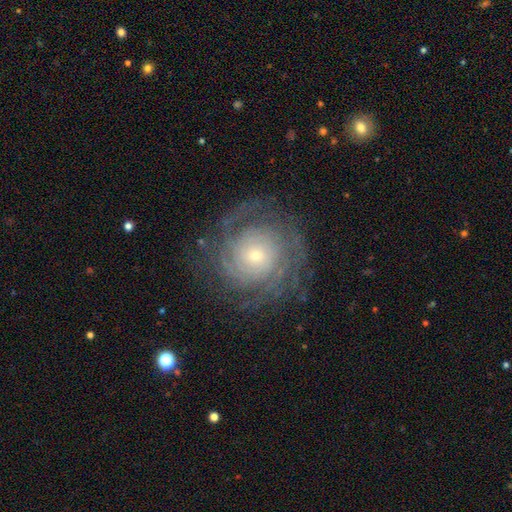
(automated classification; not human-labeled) Smooth or featured: featured or disk — 82% (smooth — 11%)
Edge-on disk: no — 97% (yes — 3%)
Bar: no — 79% (weak — 17%)
Spiral arms: yes — 94% (no — 6%)
Spiral winding: tight — 78% (medium — 17%)
Spiral arm count: can't tell — 40% (4 — 15%)
Bulge size: small — 71% (moderate — 24%)
Merging: none — 77% (minor disturbance — 13%)